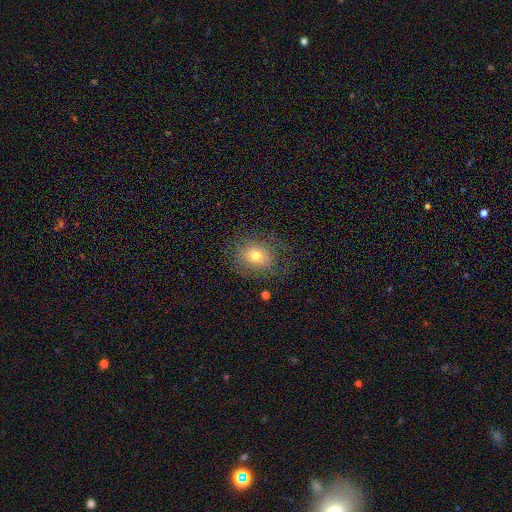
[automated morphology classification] Smooth or featured? smooth (62%)
How rounded? round (62%)
Merging? none (70%)